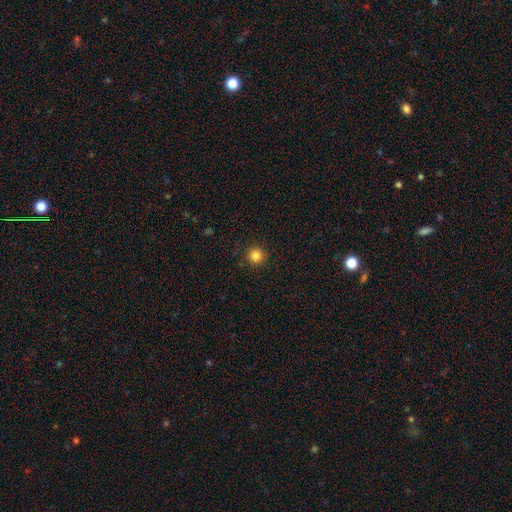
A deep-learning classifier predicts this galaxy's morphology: Smooth or featured?
  - smooth: 83% *
  - star or artifact: 12%
  - featured or disk: 4%
How rounded?
  - round: 96% *
  - in between: 4%
  - cigar-shaped: 1%
Merging?
  - none: 92% *
  - minor disturbance: 5%
  - major disturbance: 2%
  - merger: 1%